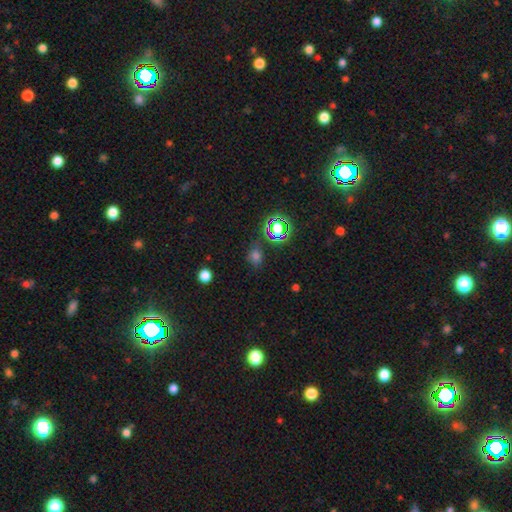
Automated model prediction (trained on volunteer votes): Morphology: type=smooth (53%); roundness=round (63%); merging=none (76%).